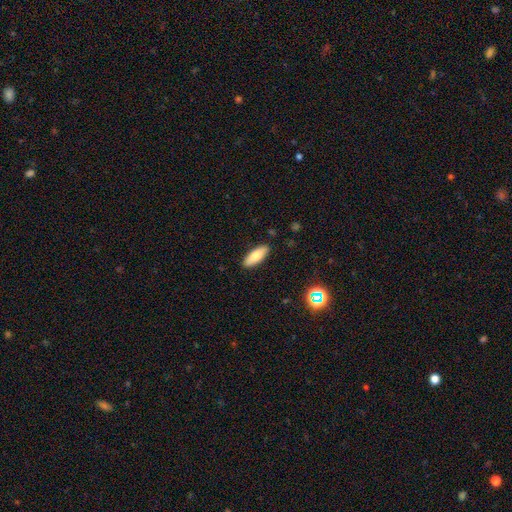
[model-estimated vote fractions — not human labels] Smooth or featured: smooth — 78% (featured or disk — 15%)
How rounded: in between — 69% (cigar-shaped — 29%)
Merging: none — 89% (minor disturbance — 8%)